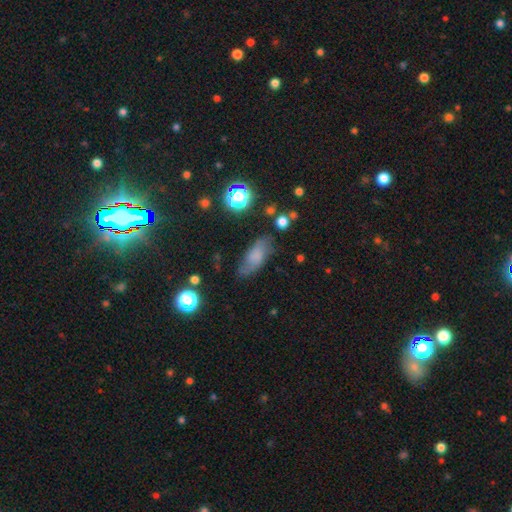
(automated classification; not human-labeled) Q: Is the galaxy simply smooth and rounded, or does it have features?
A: smooth — 59%.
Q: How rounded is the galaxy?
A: in between — 77%.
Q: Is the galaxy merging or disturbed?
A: none — 66%.